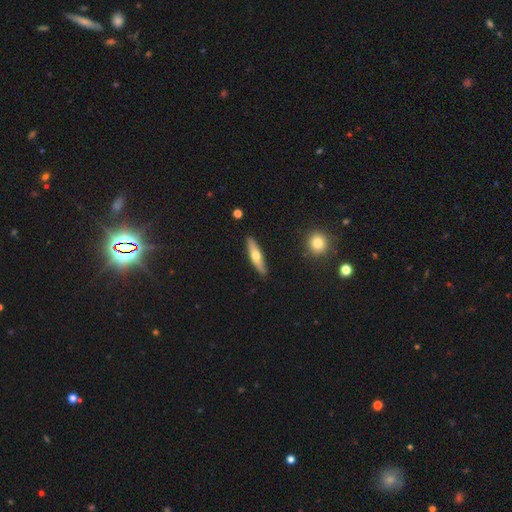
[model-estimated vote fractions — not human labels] This is possibly a smooth galaxy (51%). How rounded: likely cigar-shaped (73%). Merging: clearly none (89%).